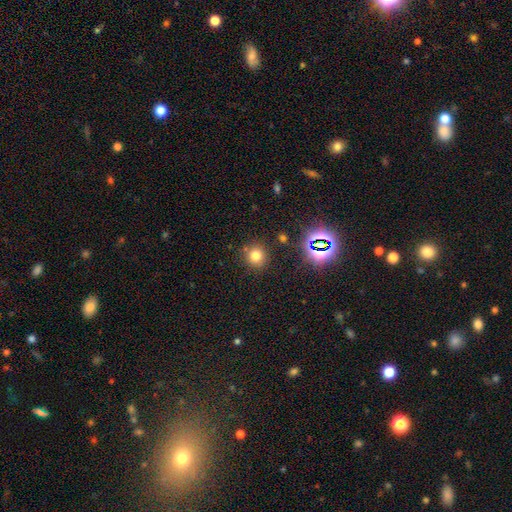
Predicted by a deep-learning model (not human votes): This is likely a smooth galaxy (73%). How rounded: clearly round (89%). Merging: clearly none (84%).